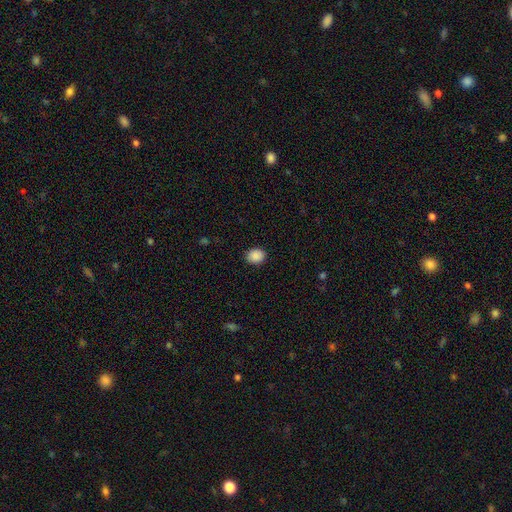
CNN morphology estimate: Smooth or featured? smooth (89%)
How rounded? round (53%)
Merging? none (89%)